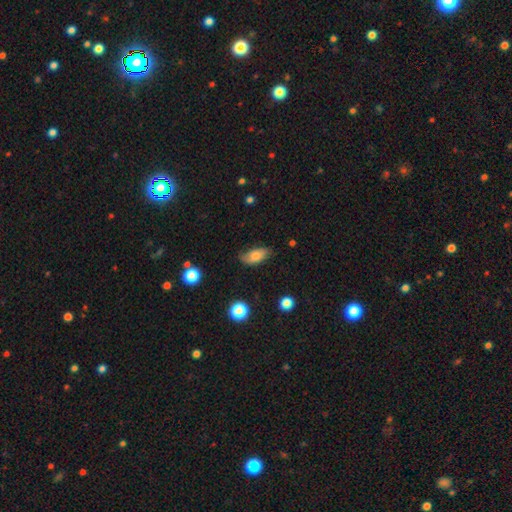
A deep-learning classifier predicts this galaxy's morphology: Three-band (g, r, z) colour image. It shows a smooth galaxy with no disk features (72%) that is in between round and cigar-shaped (89%). Merging: none (64%).